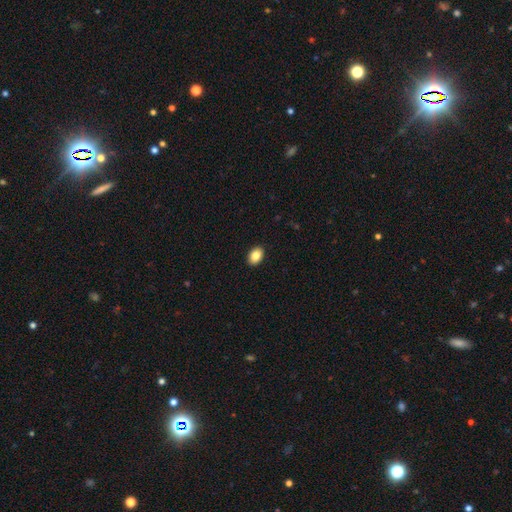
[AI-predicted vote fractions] A smooth galaxy with no disk features (85%) that is in between round and cigar-shaped (82%).

Vote fractions:
- Smooth or featured? smooth: 85% / star or artifact: 8% / featured or disk: 7%
- How rounded? in between: 82% / round: 17% / cigar-shaped: 1%
- Merging? none: 91% / minor disturbance: 6% / major disturbance: 2% / merger: 1%